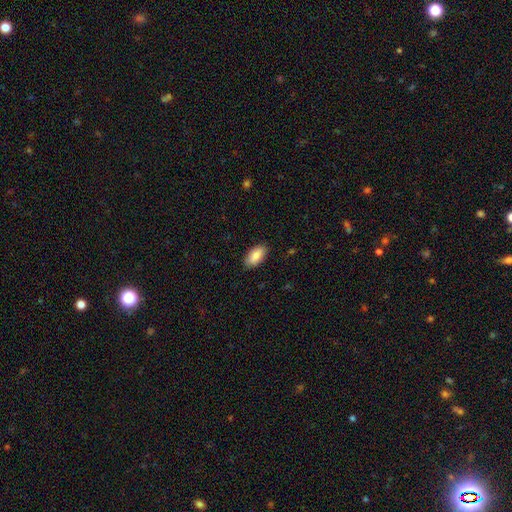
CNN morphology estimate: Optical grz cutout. It shows a smooth galaxy with no disk features (86%) that is in between round and cigar-shaped (94%). Merging: none (87%).